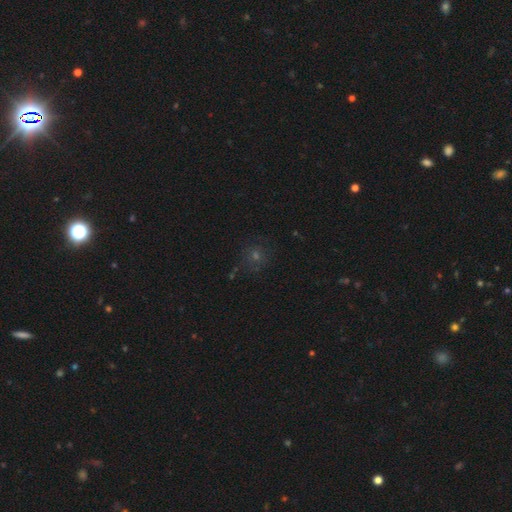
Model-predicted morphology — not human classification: Overall: smooth (43%; star or artifact 41%). Merging: none (78%).